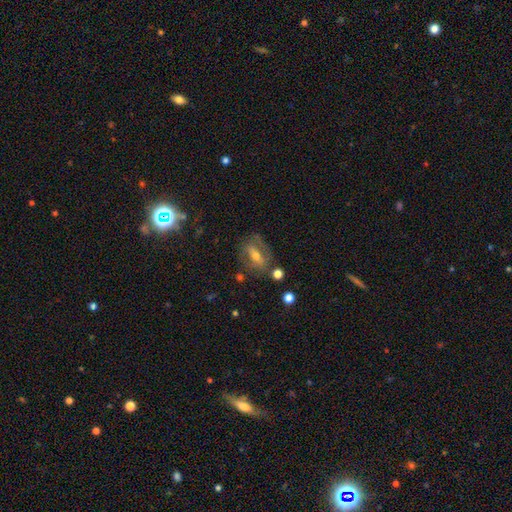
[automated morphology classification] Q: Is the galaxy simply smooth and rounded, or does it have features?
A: featured or disk — 56%.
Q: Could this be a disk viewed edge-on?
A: no — 80%.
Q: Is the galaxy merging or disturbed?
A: none — 64%.